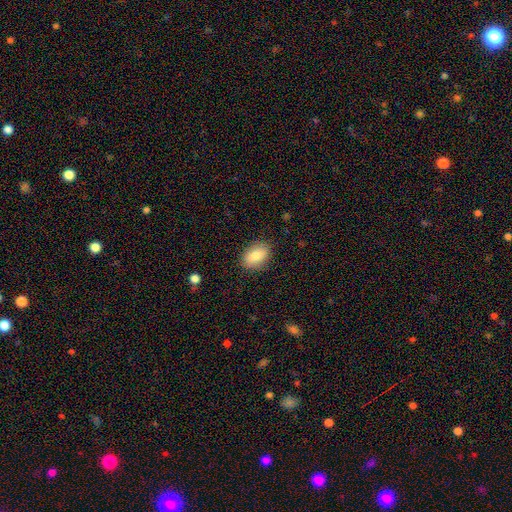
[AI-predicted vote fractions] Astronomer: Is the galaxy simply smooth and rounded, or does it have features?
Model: smooth — 81%.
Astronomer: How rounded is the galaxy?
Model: in between — 86%.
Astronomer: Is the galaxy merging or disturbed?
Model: none — 86%.